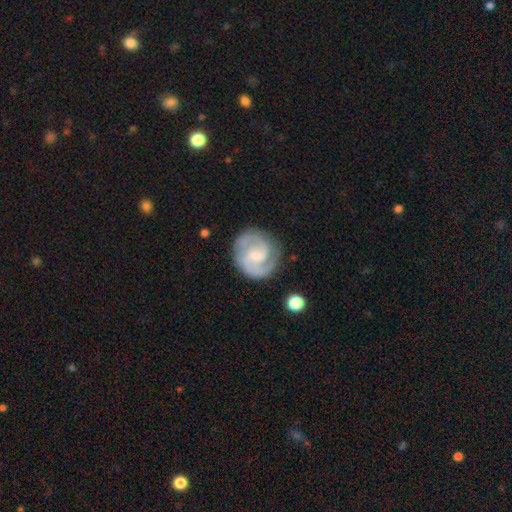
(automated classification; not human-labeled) smooth_or_featured: featured or disk (p=0.85) [alt: smooth p=0.11]
disk_edge_on: no (p=0.98) [alt: yes p=0.02]
bar: weak (p=0.52) [alt: no p=0.37]
has_spiral_arms: yes (p=0.97) [alt: no p=0.03]
spiral_winding: medium (p=0.48) [alt: tight p=0.40]
spiral_arm_count: 2 (p=0.78) [alt: 3 p=0.07]
bulge_size: small (p=0.59) [alt: moderate p=0.24]
merging: none (p=0.80) [alt: minor disturbance p=0.13]